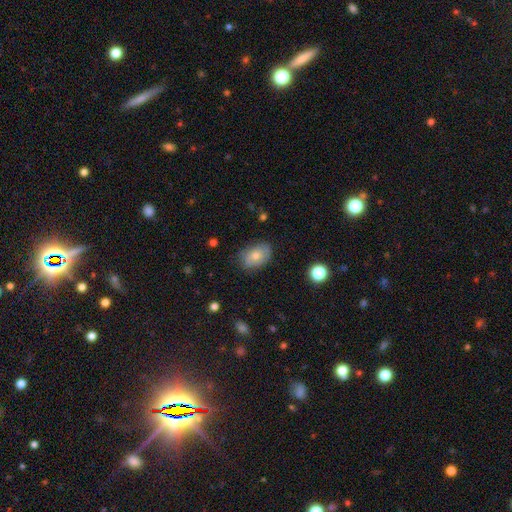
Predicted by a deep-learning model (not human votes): A smooth galaxy with no disk features (70%) that is in between round and cigar-shaped (84%).

Vote fractions:
- Smooth or featured? smooth: 70% / featured or disk: 21% / star or artifact: 9%
- How rounded? in between: 84% / round: 15% / cigar-shaped: 1%
- Merging? none: 77% / minor disturbance: 18% / major disturbance: 4% / merger: 1%